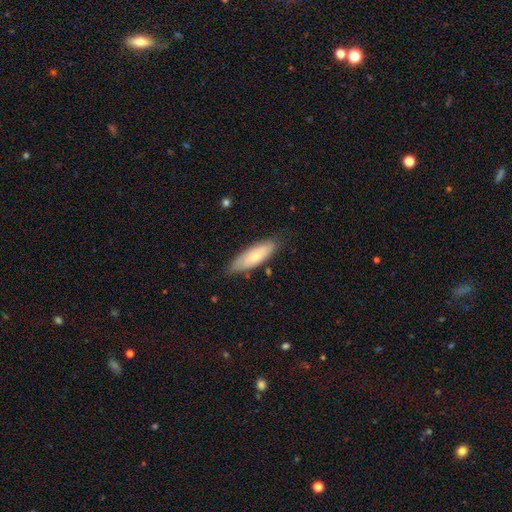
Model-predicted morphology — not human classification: This appears to be a smooth galaxy with no disk features (65%) that is in between round and cigar-shaped (63%). Merging: none (75%).